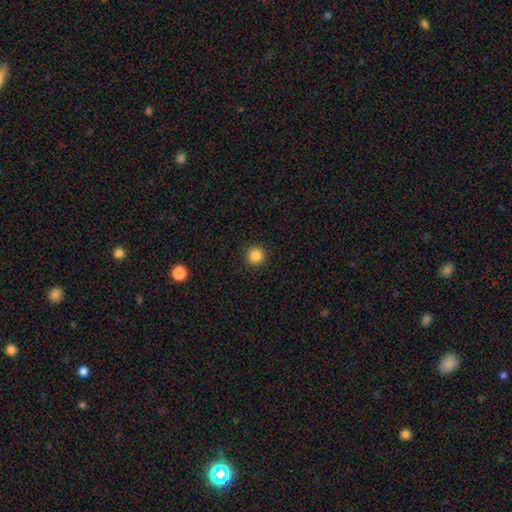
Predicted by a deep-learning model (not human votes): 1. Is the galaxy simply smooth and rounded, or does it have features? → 85% smooth, 11% star or artifact, 4% featured or disk.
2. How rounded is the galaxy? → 96% round, 3% in between, 1% cigar-shaped.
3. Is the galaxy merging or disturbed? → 93% none, 4% minor disturbance, 2% major disturbance, 1% merger.